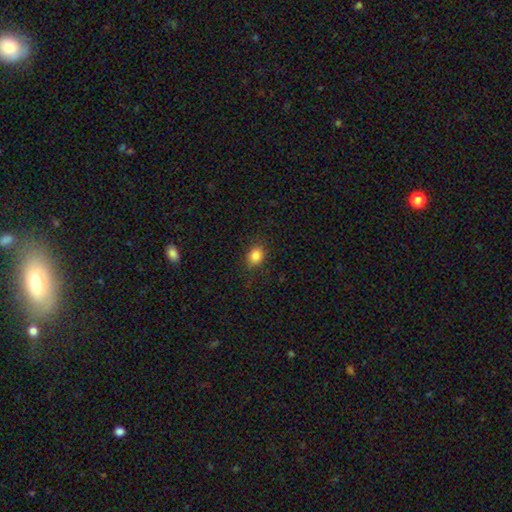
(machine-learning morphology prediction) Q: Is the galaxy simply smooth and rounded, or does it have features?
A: smooth — 85%.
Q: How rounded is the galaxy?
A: in between — 50%.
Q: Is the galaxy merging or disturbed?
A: none — 82%.